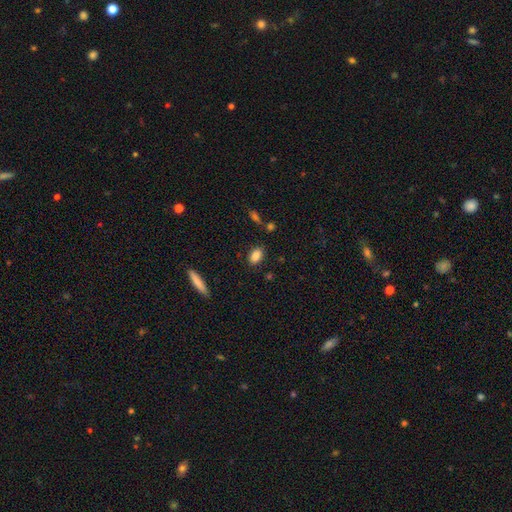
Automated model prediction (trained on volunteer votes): Overall: smooth (87%). How rounded: in between (86%). Merging: none (84%).